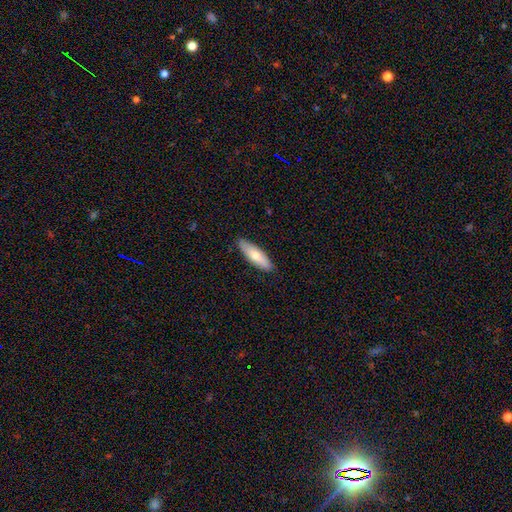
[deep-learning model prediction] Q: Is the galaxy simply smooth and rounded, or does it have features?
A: smooth — 69%.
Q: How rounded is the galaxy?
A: cigar-shaped — 57%.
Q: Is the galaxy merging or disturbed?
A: none — 88%.